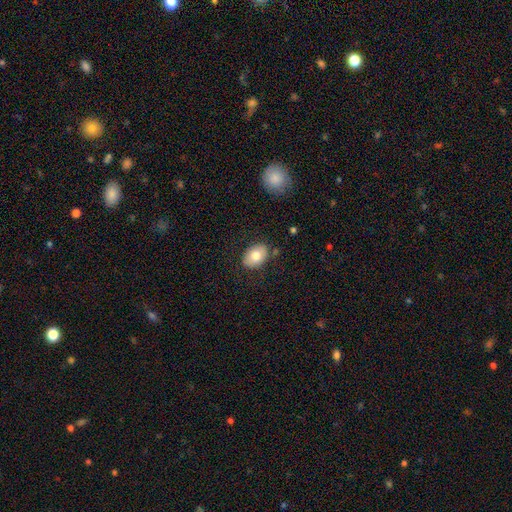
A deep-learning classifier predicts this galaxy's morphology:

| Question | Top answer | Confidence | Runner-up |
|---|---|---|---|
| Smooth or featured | smooth | 77% | featured or disk (16%) |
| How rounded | in between | 80% | round (19%) |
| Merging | none | 82% | minor disturbance (13%) |